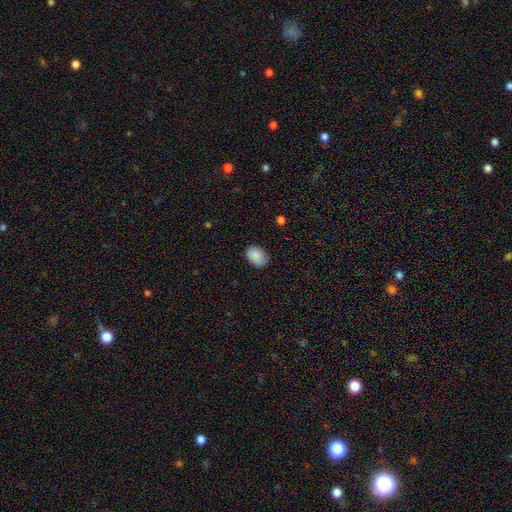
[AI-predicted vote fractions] The model was most divided on "how rounded": in between: 81%, round: 18%, cigar-shaped: 1%. More confident: smooth or featured — smooth (88%); merging — none (79%).